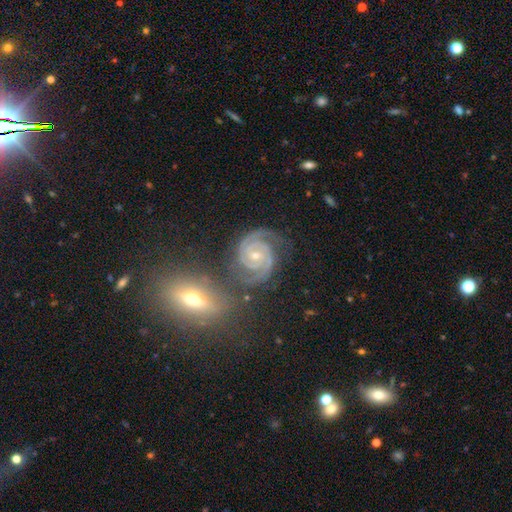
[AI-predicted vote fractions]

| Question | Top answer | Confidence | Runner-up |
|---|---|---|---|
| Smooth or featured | featured or disk | 92% | star or artifact (5%) |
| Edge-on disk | no | 98% | yes (2%) |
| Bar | no | 67% | weak (23%) |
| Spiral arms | yes | 99% | no (1%) |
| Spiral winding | tight | 71% | medium (26%) |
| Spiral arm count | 2 | 82% | 3 (10%) |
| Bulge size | small | 64% | moderate (32%) |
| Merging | none | 69% | minor disturbance (16%) |